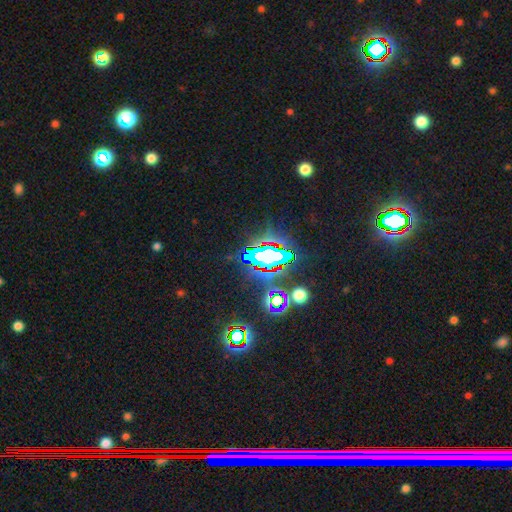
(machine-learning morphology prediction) type=star or artifact (71%).